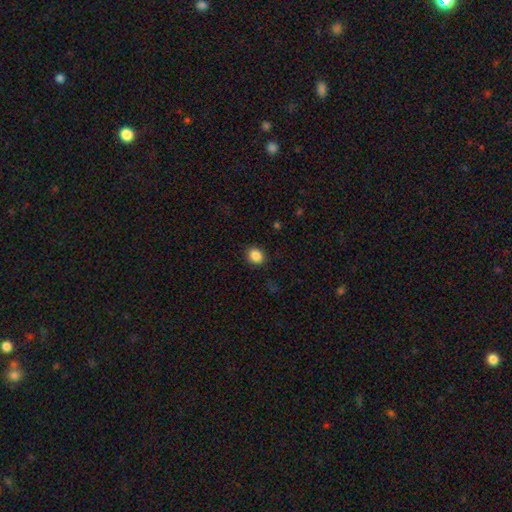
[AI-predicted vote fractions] A smooth galaxy with no disk features (87%) that is round (68%). Merging: none (88%).